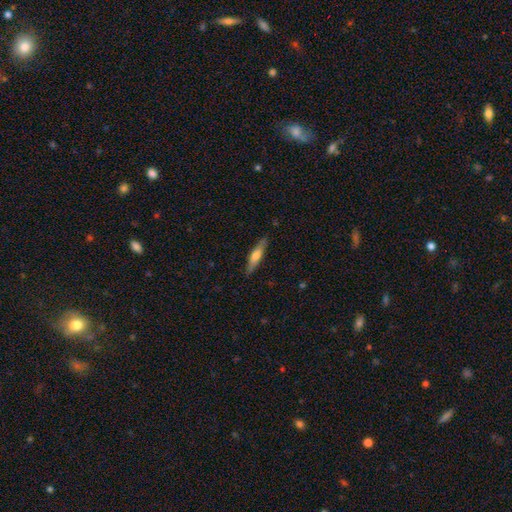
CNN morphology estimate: Smooth or featured? smooth (57%)
How rounded? cigar-shaped (81%)
Merging? none (87%)